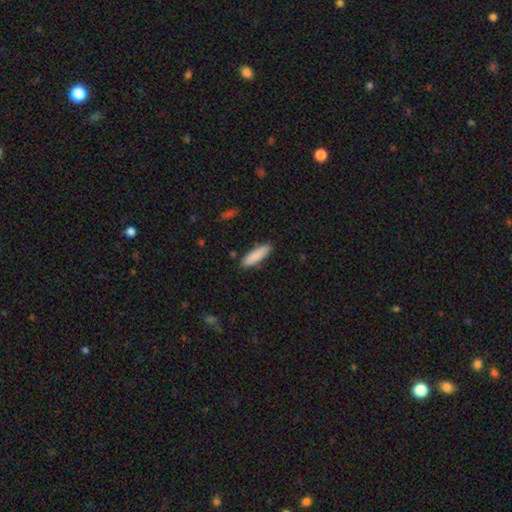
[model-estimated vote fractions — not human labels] smooth 87%, featured or disk 7%, star or artifact 6%. Down the decision tree: how rounded — cigar-shaped (67%); merging — none (87%).